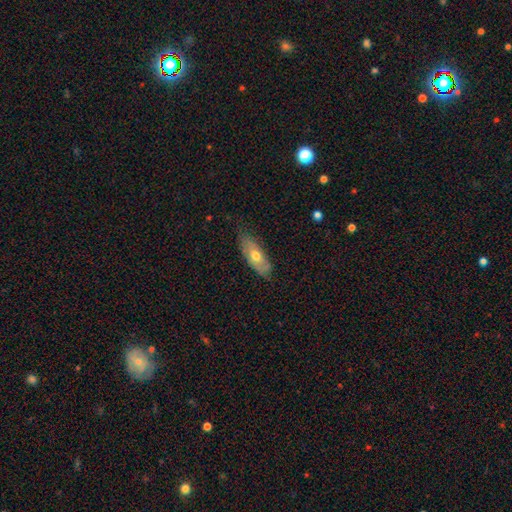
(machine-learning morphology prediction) Smooth or featured: smooth — 52% (featured or disk — 42%)
How rounded: in between — 71% (cigar-shaped — 26%)
Merging: none — 71% (minor disturbance — 23%)